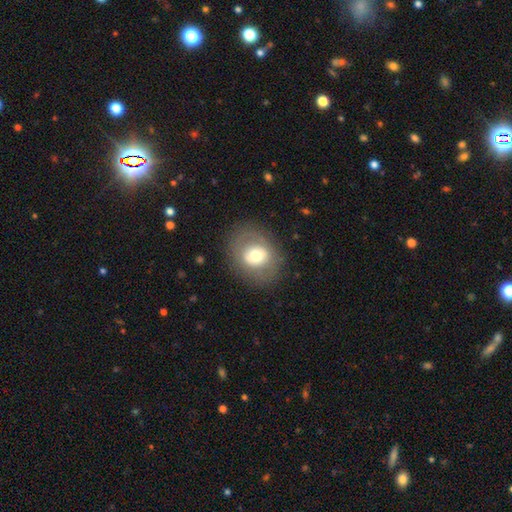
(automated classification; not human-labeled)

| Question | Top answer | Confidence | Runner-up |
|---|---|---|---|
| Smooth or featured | smooth | 58% | featured or disk (32%) |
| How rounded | round | 61% | in between (38%) |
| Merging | none | 79% | minor disturbance (12%) |